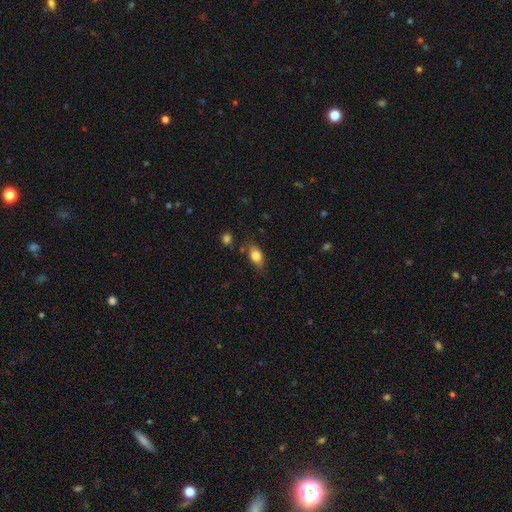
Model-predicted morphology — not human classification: Q: Smooth or featured?
A: smooth (82%); runner-up: featured or disk (10%)
Q: How rounded?
A: in between (85%); runner-up: round (10%)
Q: Merging?
A: none (75%); runner-up: minor disturbance (18%)